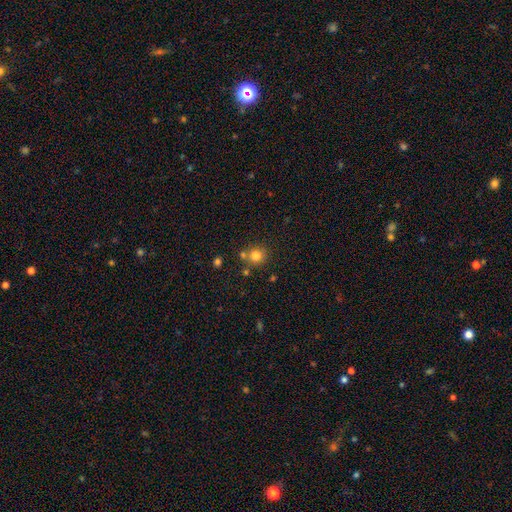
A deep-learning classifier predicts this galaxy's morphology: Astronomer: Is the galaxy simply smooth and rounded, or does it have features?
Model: smooth — 80%.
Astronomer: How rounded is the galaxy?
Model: round — 90%.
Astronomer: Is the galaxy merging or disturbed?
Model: none — 70%.